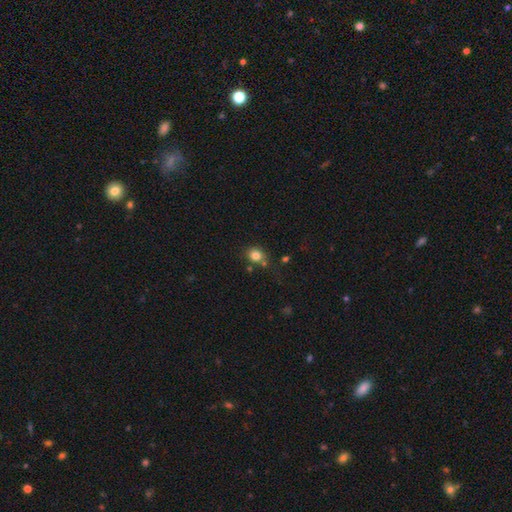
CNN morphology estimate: Smooth or featured?
  - smooth: 81% *
  - star or artifact: 12%
  - featured or disk: 7%
How rounded?
  - round: 73% *
  - in between: 26%
  - cigar-shaped: 1%
Merging?
  - none: 68% *
  - minor disturbance: 15%
  - merger: 12%
  - major disturbance: 5%